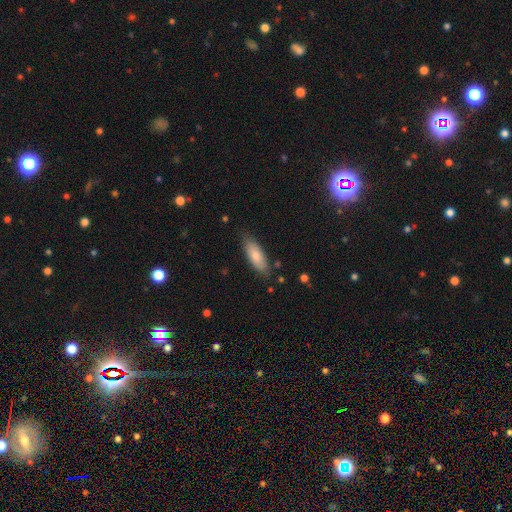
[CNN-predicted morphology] Smooth or featured?
  - smooth: 79% *
  - featured or disk: 15%
  - star or artifact: 6%
How rounded?
  - in between: 75% *
  - cigar-shaped: 24%
  - round: 2%
Merging?
  - none: 77% *
  - minor disturbance: 17%
  - major disturbance: 3%
  - merger: 2%